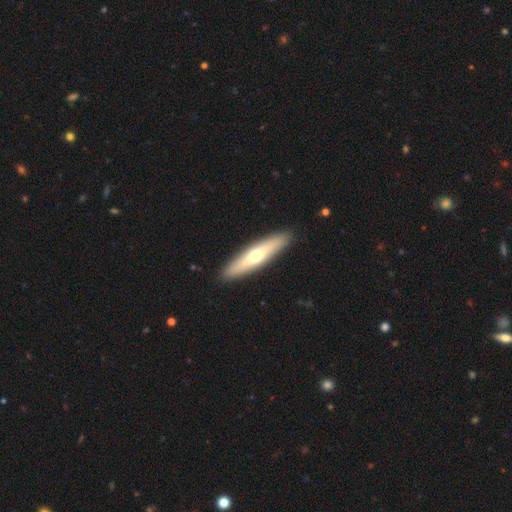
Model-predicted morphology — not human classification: A smooth galaxy with no disk features (51%) that is cigar-shaped (82%).

Vote fractions:
- Smooth or featured? smooth: 51% / featured or disk: 44% / star or artifact: 5%
- How rounded? cigar-shaped: 82% / in between: 17% / round: 2%
- Merging? none: 92% / minor disturbance: 6% / major disturbance: 1% / merger: 1%